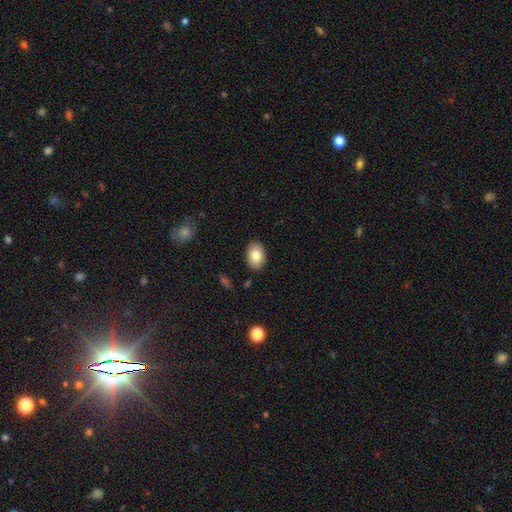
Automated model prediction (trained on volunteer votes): Q: Smooth or featured?
A: smooth (81%); runner-up: featured or disk (12%)
Q: How rounded?
A: in between (83%); runner-up: round (16%)
Q: Merging?
A: none (88%); runner-up: minor disturbance (9%)